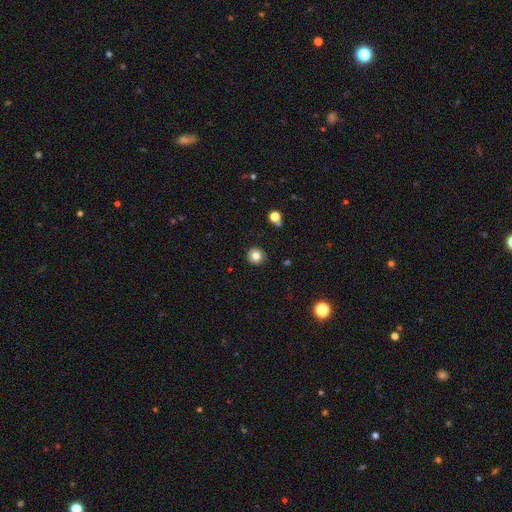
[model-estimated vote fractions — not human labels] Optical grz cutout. It shows a smooth galaxy with no disk features (81%) that is round (94%). Merging: none (90%).